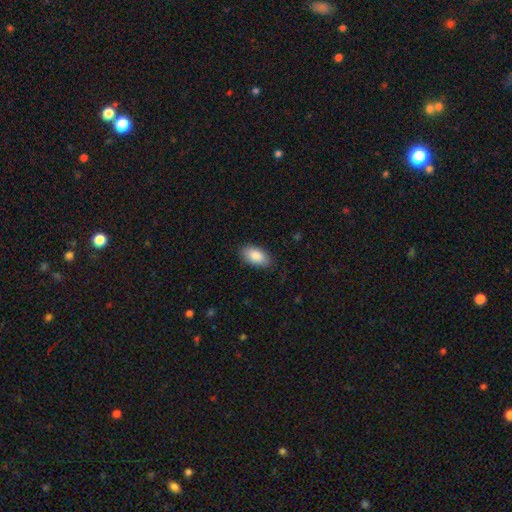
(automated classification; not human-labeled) Morphology: type=smooth (88%); roundness=in between (94%); merging=none (83%).